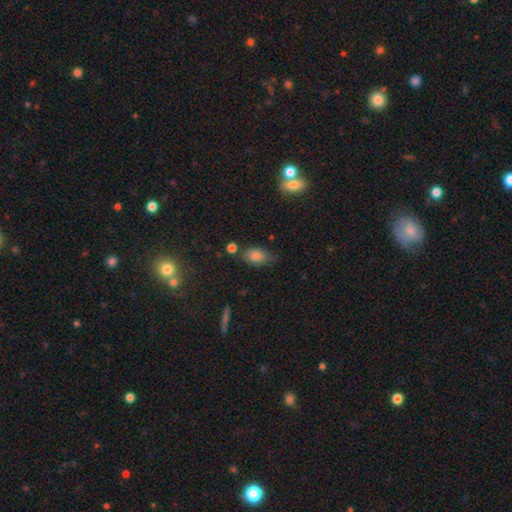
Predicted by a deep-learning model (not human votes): Overall: smooth (80%). How rounded: in between (86%). Merging: none (63%; minor disturbance 25%).